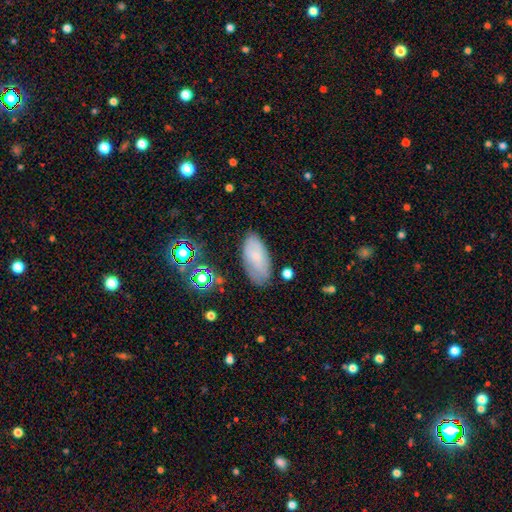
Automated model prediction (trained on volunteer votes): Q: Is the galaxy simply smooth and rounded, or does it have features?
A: smooth — 69%.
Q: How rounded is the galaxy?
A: in between — 92%.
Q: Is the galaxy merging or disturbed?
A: none — 75%.